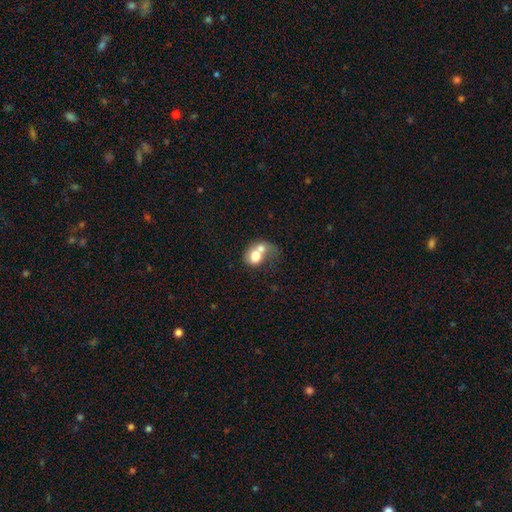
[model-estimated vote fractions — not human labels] This is likely a smooth galaxy (66%). How rounded: possibly round (52%). Merging: likely merger (69%).